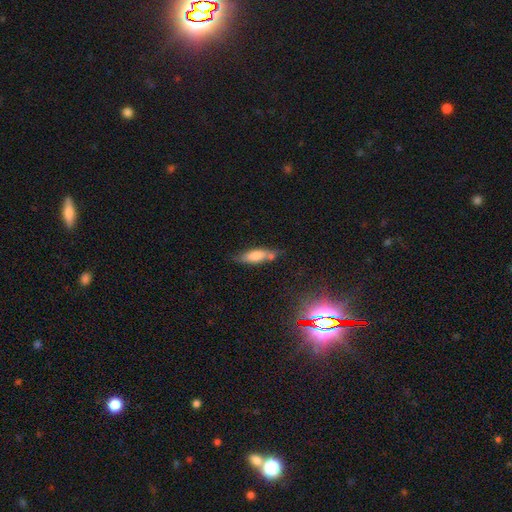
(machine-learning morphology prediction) Q: Smooth or featured?
A: smooth (71%); runner-up: featured or disk (21%)
Q: How rounded?
A: cigar-shaped (50%); runner-up: in between (48%)
Q: Merging?
A: none (60%); runner-up: minor disturbance (22%)